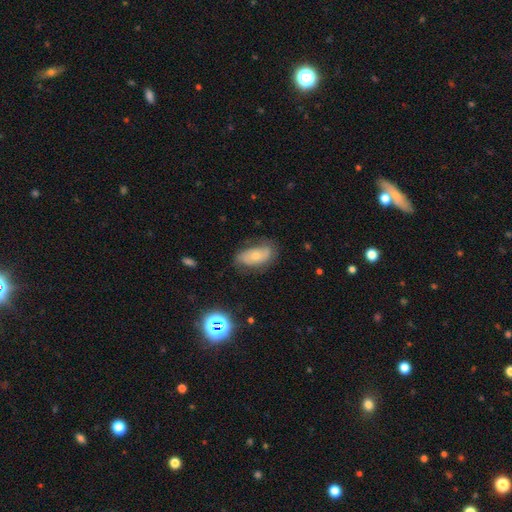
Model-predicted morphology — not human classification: Smooth or featured? smooth (47%)
Merging? none (63%)